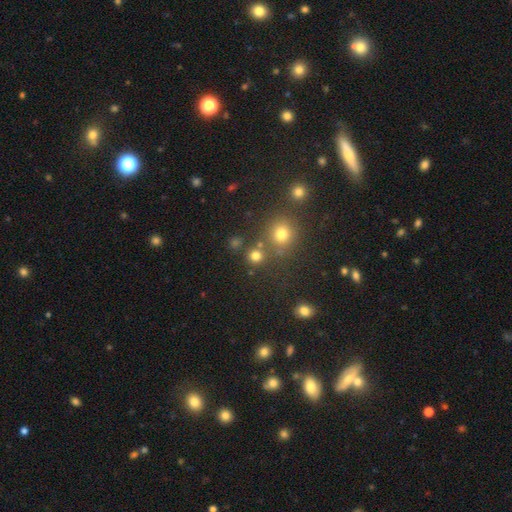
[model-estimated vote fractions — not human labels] Morphology: type=smooth (76%); roundness=round (90%); merging=none (76%).